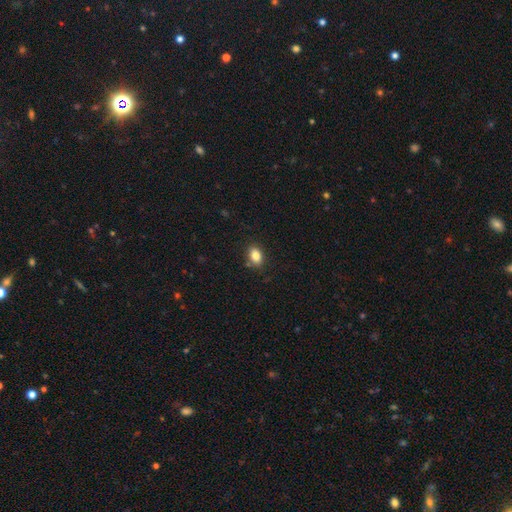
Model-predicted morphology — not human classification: Overall: smooth (84%). How rounded: in between (81%). Merging: none (84%).